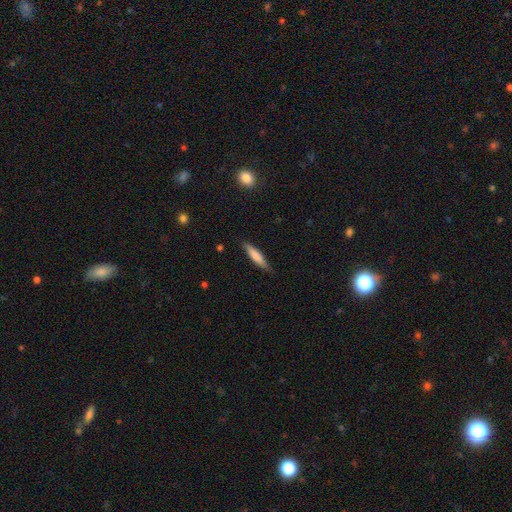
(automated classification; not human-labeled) smooth 75%, featured or disk 19%, star or artifact 6%. Down the decision tree: how rounded — cigar-shaped (82%); merging — none (83%).